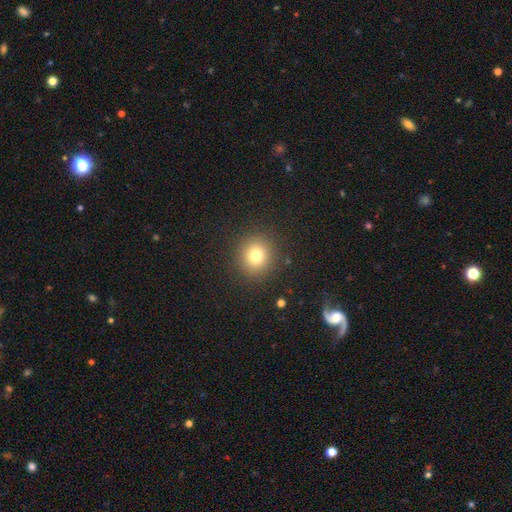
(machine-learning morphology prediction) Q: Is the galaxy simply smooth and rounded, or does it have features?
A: smooth — 76%.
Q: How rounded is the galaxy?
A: round — 90%.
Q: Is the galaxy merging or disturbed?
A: none — 90%.